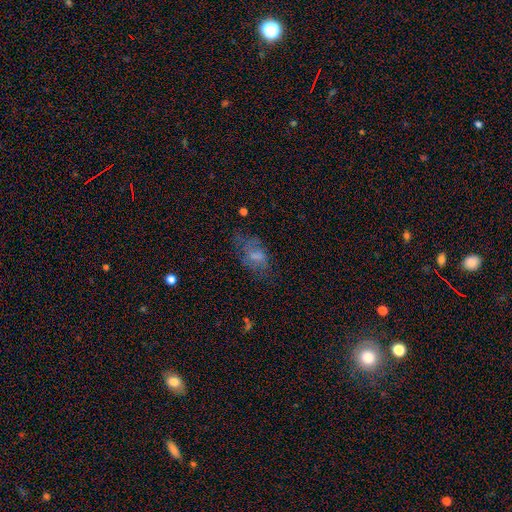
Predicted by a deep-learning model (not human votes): smooth 55%, featured or disk 33%, star or artifact 12%. Down the decision tree: how rounded — in between (86%); merging — none (49%).